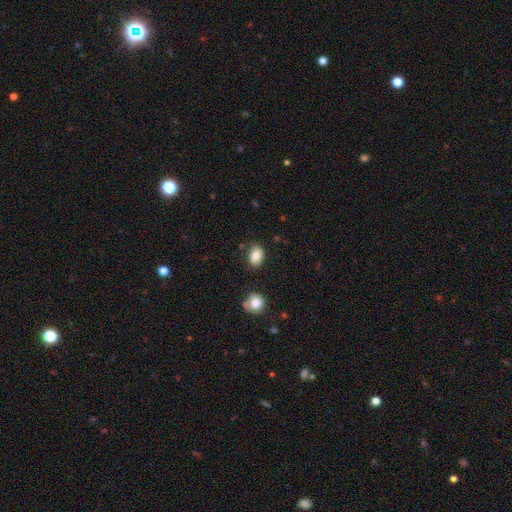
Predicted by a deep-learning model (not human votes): smooth_or_featured: smooth (p=0.81) [alt: featured or disk p=0.10]
how_rounded: in between (p=0.72) [alt: round p=0.27]
merging: none (p=0.81) [alt: minor disturbance p=0.13]